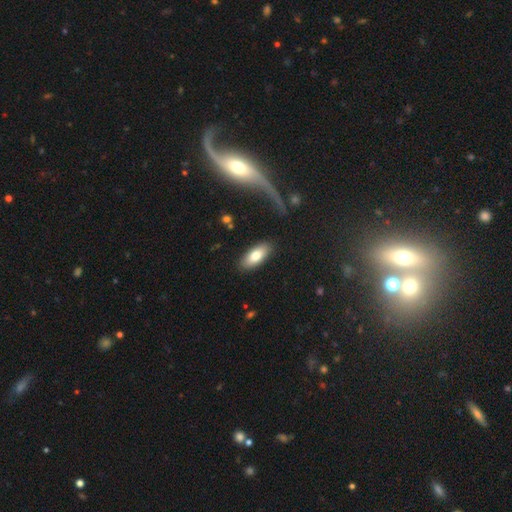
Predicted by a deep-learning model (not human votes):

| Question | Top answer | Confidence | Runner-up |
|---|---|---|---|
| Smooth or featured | smooth | 77% | featured or disk (16%) |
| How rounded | in between | 84% | cigar-shaped (14%) |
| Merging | none | 87% | minor disturbance (9%) |